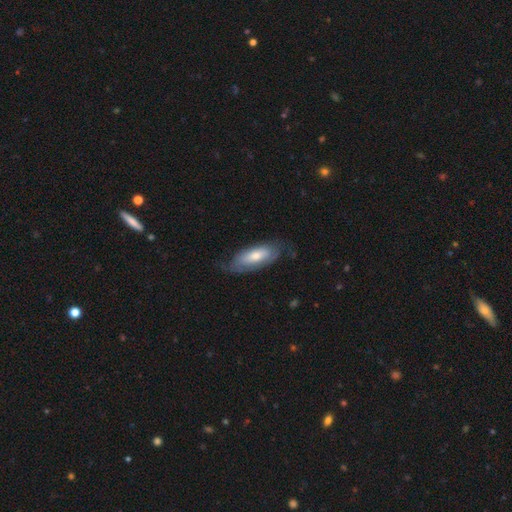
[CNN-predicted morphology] Smooth or featured: smooth — 50% (featured or disk — 44%)
How rounded: in between — 74% (cigar-shaped — 24%)
Merging: none — 65% (minor disturbance — 24%)